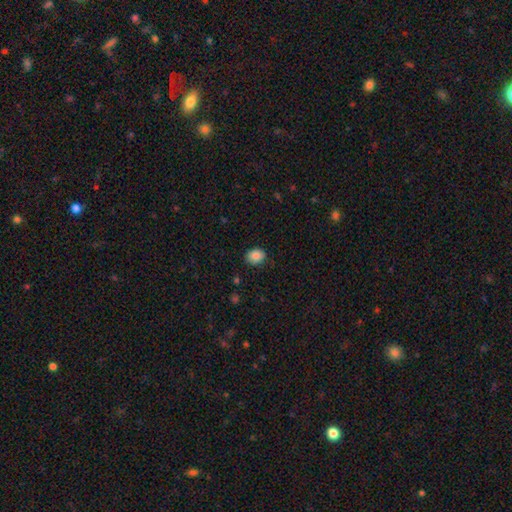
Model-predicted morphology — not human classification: Smooth or featured? smooth (85%)
How rounded? in between (54%)
Merging? none (85%)